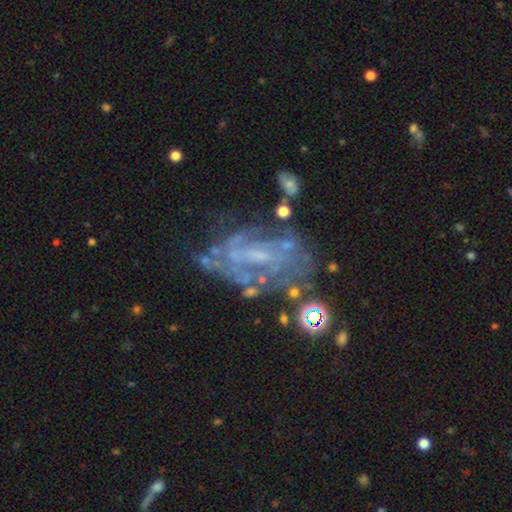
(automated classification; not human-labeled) Overall: featured or disk (74%). Edge-on disk: no (95%). Bar: weak (41%, tied with no). Spiral arms: yes (66%; no 34%). Bulge size: small (45%; none 38%). Merging: none (51%; minor disturbance 21%).